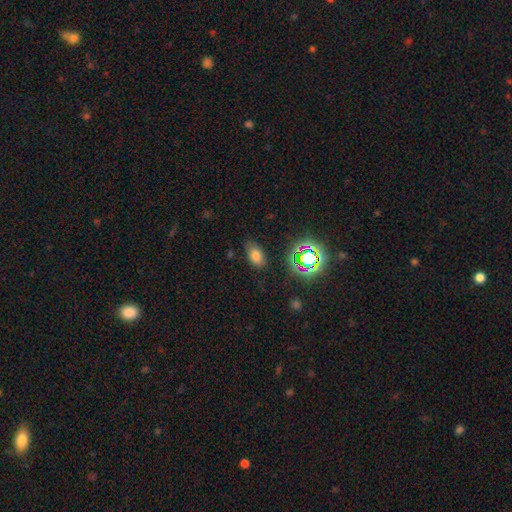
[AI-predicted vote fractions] Morphology: type=smooth (71%); roundness=in between (88%); merging=none (80%).